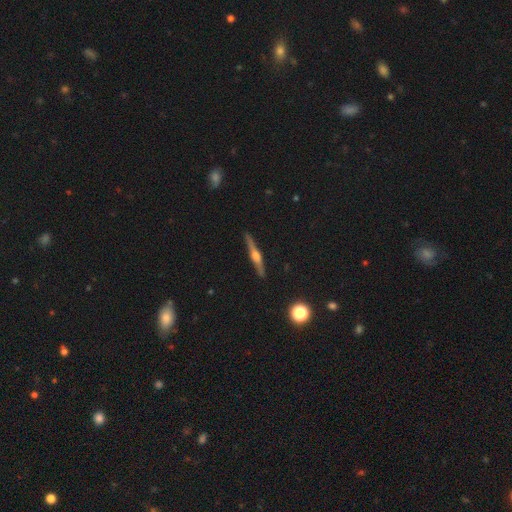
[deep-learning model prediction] Smooth or featured? featured or disk (78%)
Edge-on disk? yes (98%)
Edge-on bulge? rounded (89%)
Merging? none (91%)